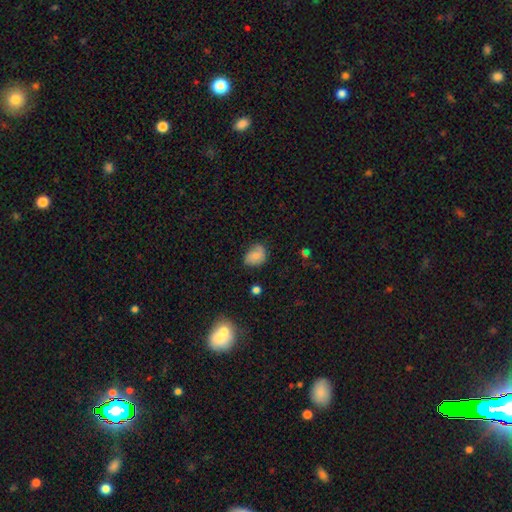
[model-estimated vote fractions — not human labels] A smooth galaxy with no disk features (71%) that is in between round and cigar-shaped (62%). Merging: none (57%).